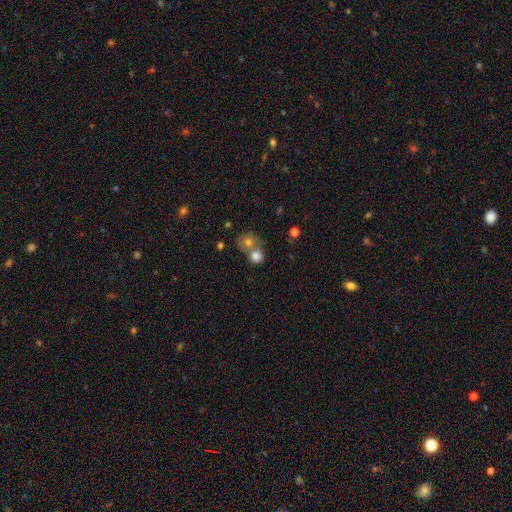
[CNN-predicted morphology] This is likely a smooth galaxy (78%). How rounded: clearly round (81%). Merging: possibly merger (48%).